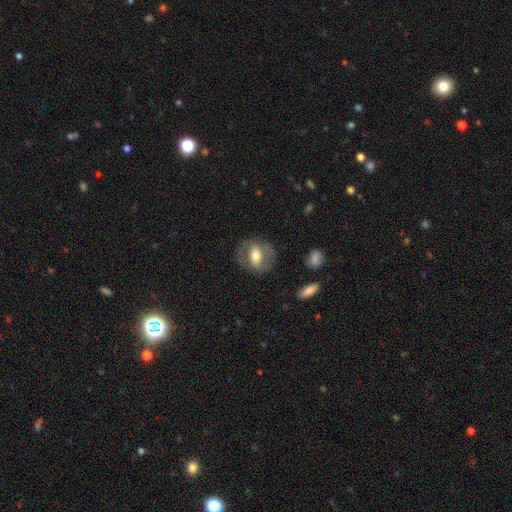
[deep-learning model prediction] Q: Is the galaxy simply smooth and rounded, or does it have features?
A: smooth — 47%.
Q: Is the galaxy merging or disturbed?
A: none — 77%.